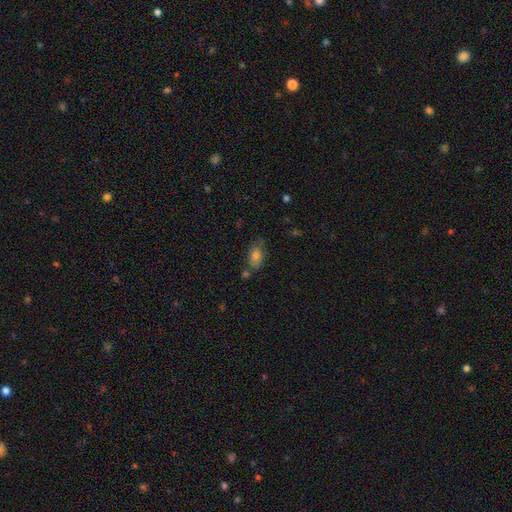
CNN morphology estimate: Smooth or featured?
  - smooth: 67% *
  - featured or disk: 21%
  - star or artifact: 12%
How rounded?
  - in between: 86% *
  - round: 9%
  - cigar-shaped: 4%
Merging?
  - none: 63% *
  - minor disturbance: 21%
  - merger: 10%
  - major disturbance: 7%